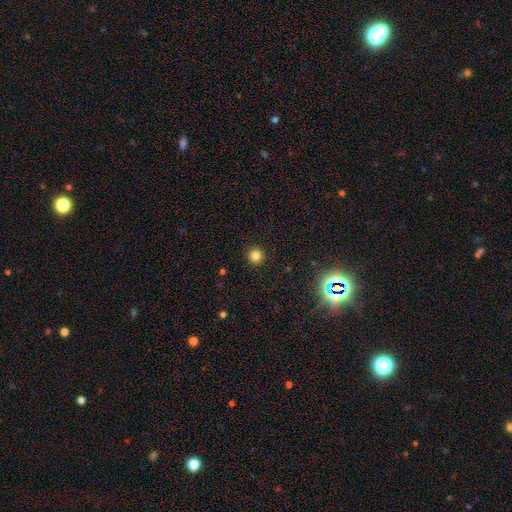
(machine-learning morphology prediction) A smooth galaxy with no disk features (82%) that is round (95%).

Vote fractions:
- Smooth or featured? smooth: 82% / star or artifact: 14% / featured or disk: 5%
- How rounded? round: 95% / in between: 4% / cigar-shaped: 1%
- Merging? none: 93% / minor disturbance: 4% / major disturbance: 2% / merger: 1%